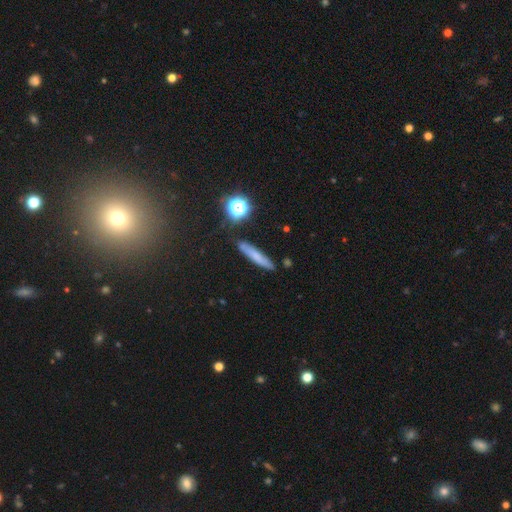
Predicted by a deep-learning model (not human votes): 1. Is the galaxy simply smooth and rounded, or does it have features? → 65% smooth, 22% featured or disk, 13% star or artifact.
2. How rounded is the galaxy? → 88% cigar-shaped, 8% in between, 4% round.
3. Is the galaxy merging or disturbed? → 85% none, 10% minor disturbance, 3% merger, 2% major disturbance.